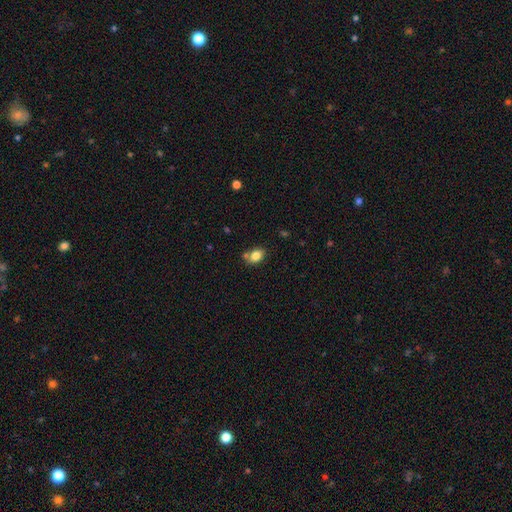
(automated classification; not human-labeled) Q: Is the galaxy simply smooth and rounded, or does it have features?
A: smooth — 82%.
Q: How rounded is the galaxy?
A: in between — 71%.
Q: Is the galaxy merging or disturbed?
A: none — 64%.